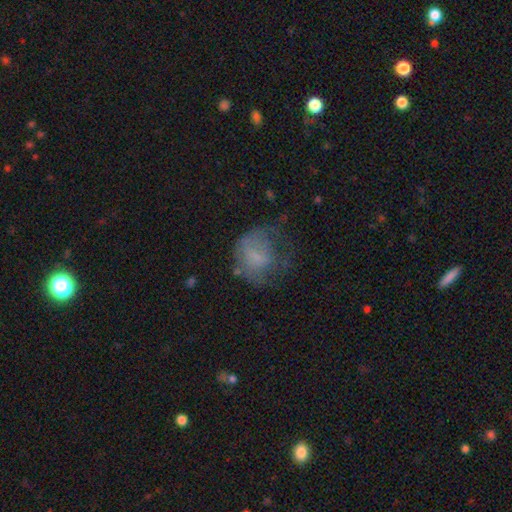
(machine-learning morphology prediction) Overall: smooth (53%; featured or disk 34%). How rounded: round (54%; in between 45%). Merging: major disturbance (41%; none 32%).